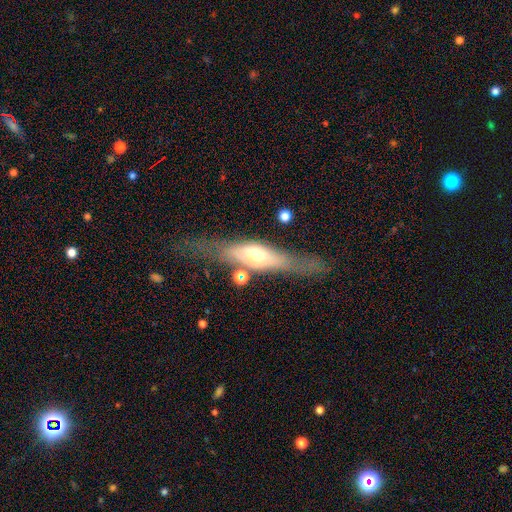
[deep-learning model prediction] A featured or disk galaxy (56%) viewed edge-on (75%). Merging: none (62%).